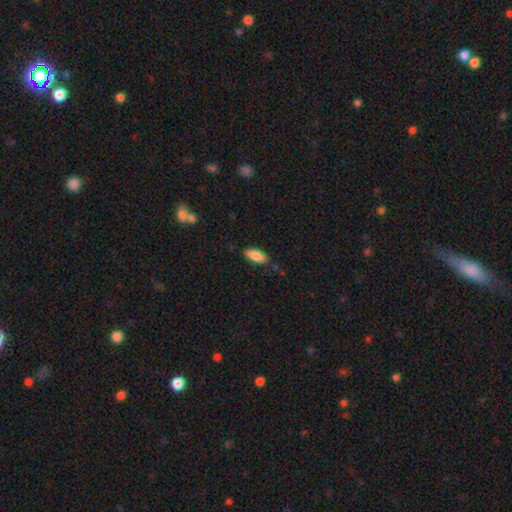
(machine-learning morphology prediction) smooth 85%, featured or disk 8%, star or artifact 7%. Down the decision tree: how rounded — in between (83%); merging — none (81%).